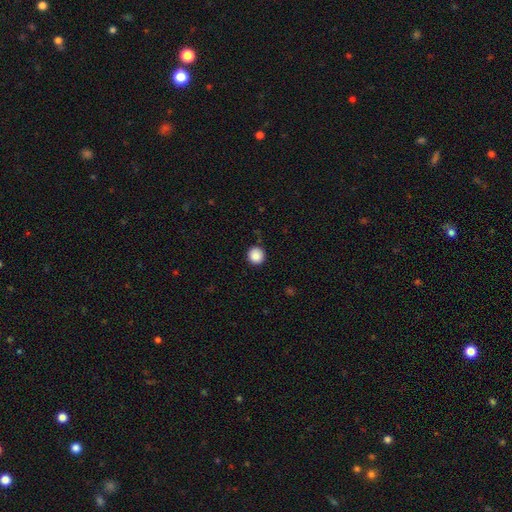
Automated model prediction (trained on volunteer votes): Q: Smooth or featured?
A: smooth (88%); runner-up: star or artifact (9%)
Q: How rounded?
A: round (95%); runner-up: in between (4%)
Q: Merging?
A: none (89%); runner-up: minor disturbance (8%)